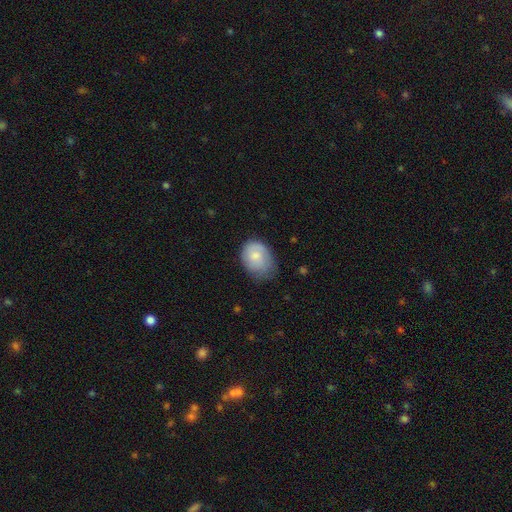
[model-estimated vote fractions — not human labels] Smooth or featured: smooth — 76% (featured or disk — 18%)
How rounded: in between — 62% (round — 37%)
Merging: none — 49% (minor disturbance — 38%)